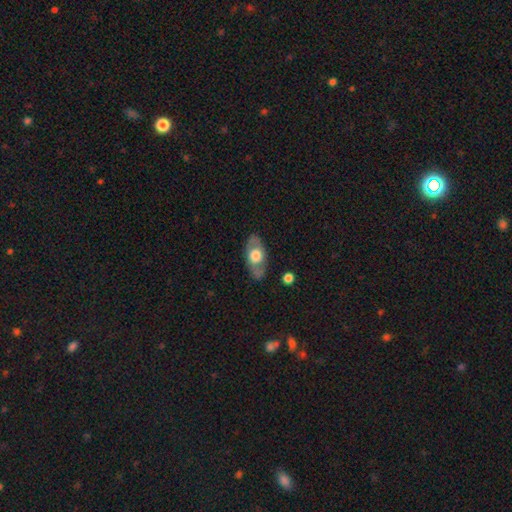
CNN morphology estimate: featured or disk 48%, smooth 46%, star or artifact 5%. Down the decision tree: merging — none (78%).